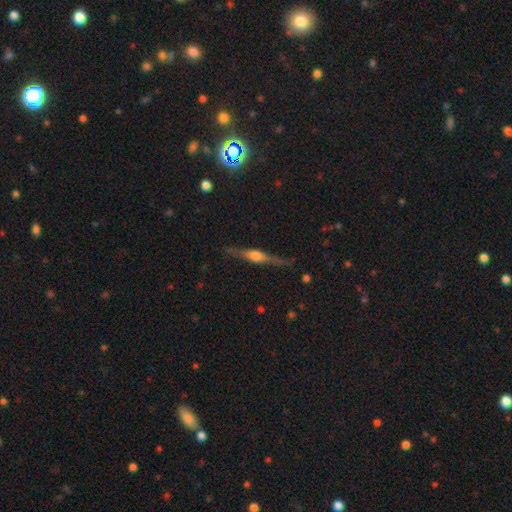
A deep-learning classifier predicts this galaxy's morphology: The model was most divided on "smooth or featured": featured or disk: 76%, smooth: 18%, star or artifact: 6%. More confident: edge-on disk — yes (97%); edge-on bulge — rounded (91%); merging — none (84%).